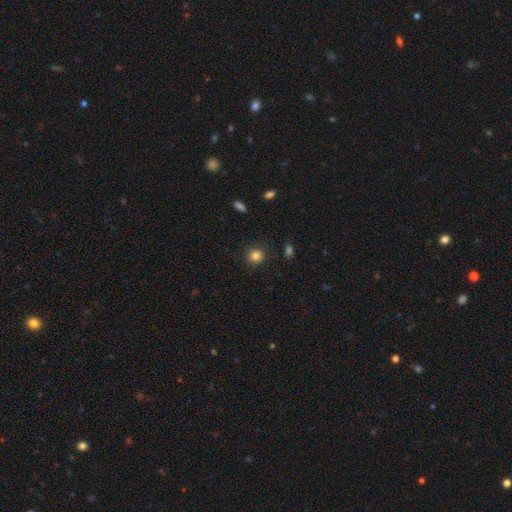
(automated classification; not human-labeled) Morphology: type=smooth (84%); roundness=round (88%); merging=none (87%).